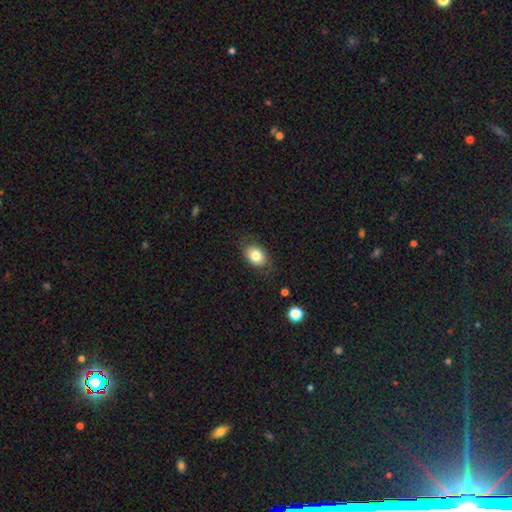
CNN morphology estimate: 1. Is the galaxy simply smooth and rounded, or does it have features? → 78% smooth, 14% featured or disk, 8% star or artifact.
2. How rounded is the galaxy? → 75% in between, 24% round, 1% cigar-shaped.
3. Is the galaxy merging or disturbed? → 77% none, 17% minor disturbance, 6% major disturbance, 1% merger.